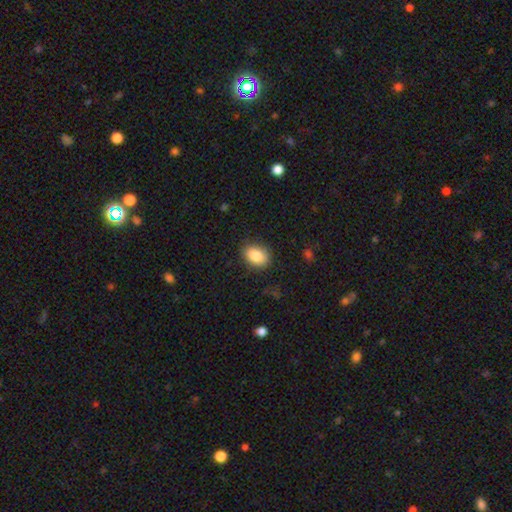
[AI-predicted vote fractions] Smooth or featured?
  - smooth: 85% *
  - star or artifact: 8%
  - featured or disk: 7%
How rounded?
  - in between: 72% *
  - round: 26%
  - cigar-shaped: 1%
Merging?
  - none: 85% *
  - minor disturbance: 11%
  - major disturbance: 3%
  - merger: 1%